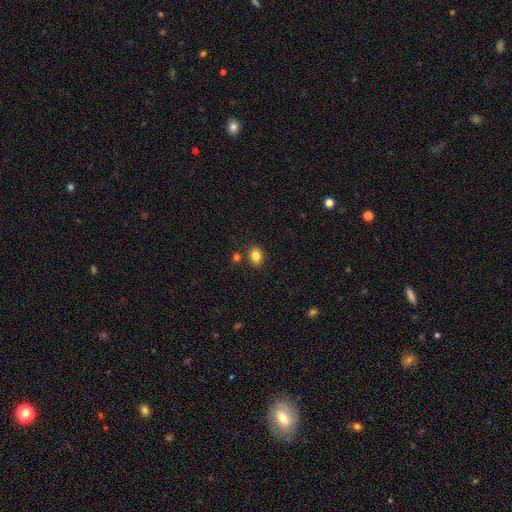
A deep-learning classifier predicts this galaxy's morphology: Q: Smooth or featured?
A: smooth (85%); runner-up: star or artifact (10%)
Q: How rounded?
A: in between (68%); runner-up: round (31%)
Q: Merging?
A: none (82%); runner-up: minor disturbance (9%)